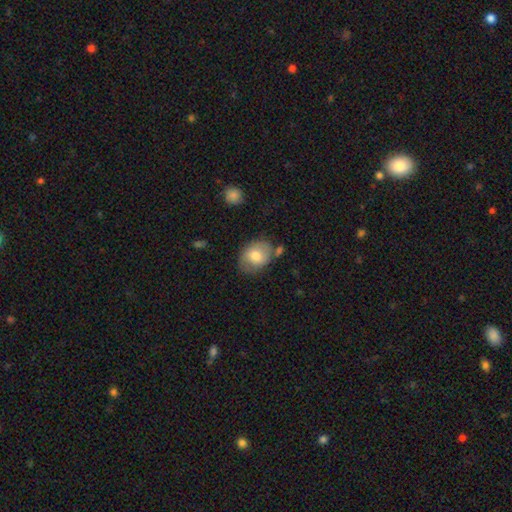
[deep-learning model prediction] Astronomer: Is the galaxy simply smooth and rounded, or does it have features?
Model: smooth — 72%.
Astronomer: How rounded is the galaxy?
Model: in between — 60% (runner-up: round, 39%).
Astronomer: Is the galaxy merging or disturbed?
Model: none — 65%.